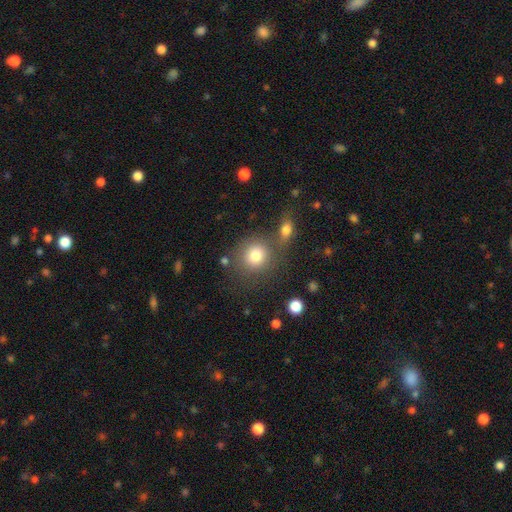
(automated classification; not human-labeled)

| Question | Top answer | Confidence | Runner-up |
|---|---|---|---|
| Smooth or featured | smooth | 80% | star or artifact (11%) |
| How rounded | round | 86% | in between (13%) |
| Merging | none | 66% | merger (19%) |